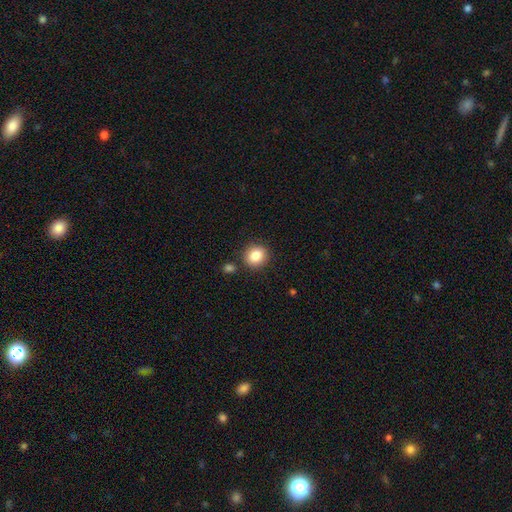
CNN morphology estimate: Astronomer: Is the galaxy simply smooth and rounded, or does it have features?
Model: smooth — 85%.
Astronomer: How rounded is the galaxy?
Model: round — 77%.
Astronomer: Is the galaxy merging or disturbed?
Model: none — 85%.